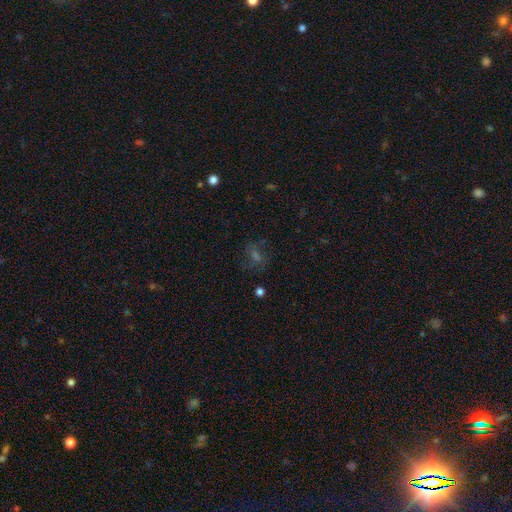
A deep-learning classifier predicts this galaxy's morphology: This is marginally a star or artifact rather than a galaxy (34%, tied with featured or disk).